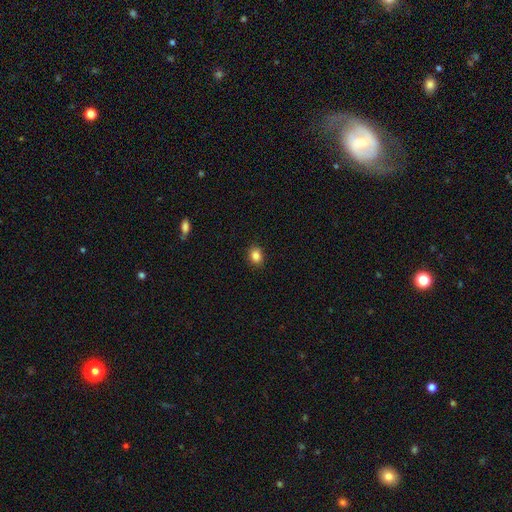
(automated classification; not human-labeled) This appears to be a smooth galaxy with no disk features (85%) that is round (51%). Merging: none (87%).